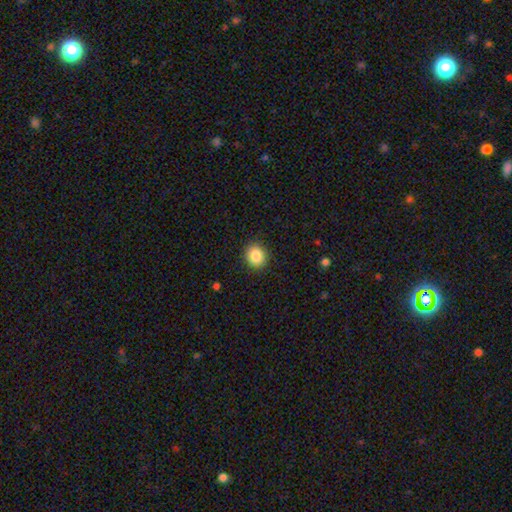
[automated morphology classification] A smooth galaxy with no disk features (86%) that is round (81%).

Vote fractions:
- Smooth or featured? smooth: 86% / star or artifact: 9% / featured or disk: 4%
- How rounded? round: 81% / in between: 18% / cigar-shaped: 1%
- Merging? none: 90% / minor disturbance: 7% / major disturbance: 2% / merger: 1%